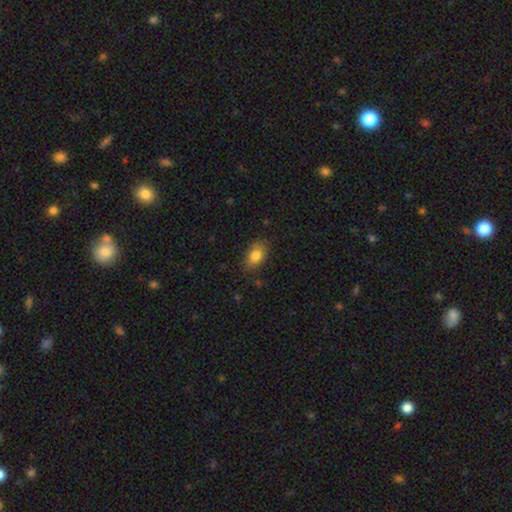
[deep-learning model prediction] This is clearly a smooth galaxy (83%). How rounded: clearly in between (85%). Merging: likely none (79%).